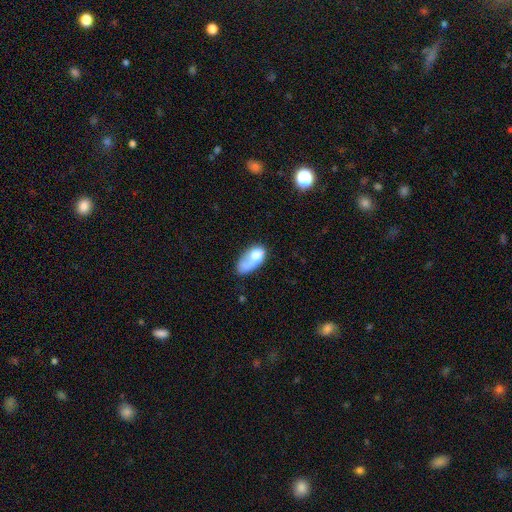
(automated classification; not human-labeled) The model was most divided on "merging": major disturbance: 32%, none: 27%, minor disturbance: 25%, merger: 16%. More confident: how rounded — in between (89%); smooth or featured — smooth (66%).